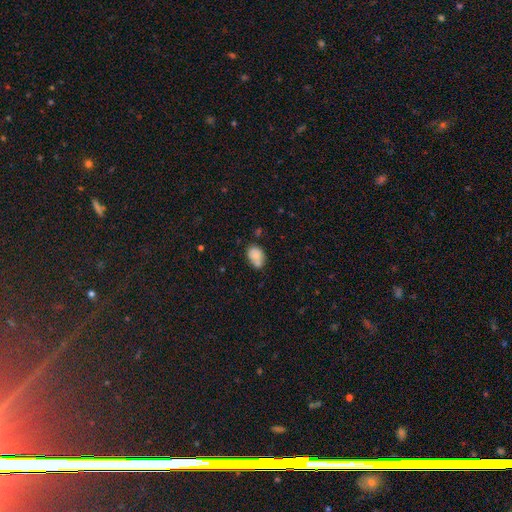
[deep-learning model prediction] Smooth or featured?
  - smooth: 76% *
  - featured or disk: 15%
  - star or artifact: 9%
How rounded?
  - in between: 73% *
  - round: 26%
  - cigar-shaped: 1%
Merging?
  - none: 50% *
  - merger: 23%
  - minor disturbance: 22%
  - major disturbance: 5%